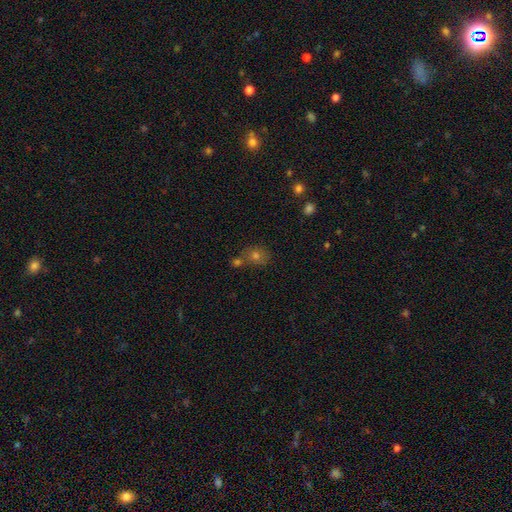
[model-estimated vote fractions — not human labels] Smooth or featured: smooth — 64% (star or artifact — 23%)
How rounded: round — 65% (in between — 33%)
Merging: none — 61% (merger — 23%)